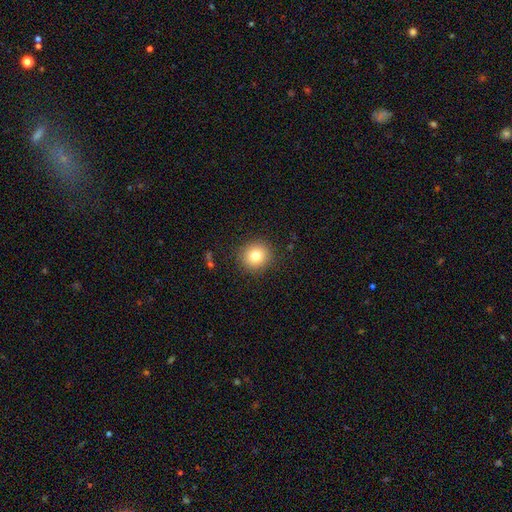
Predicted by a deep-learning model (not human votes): Overall: smooth (80%). How rounded: round (91%). Merging: none (90%).